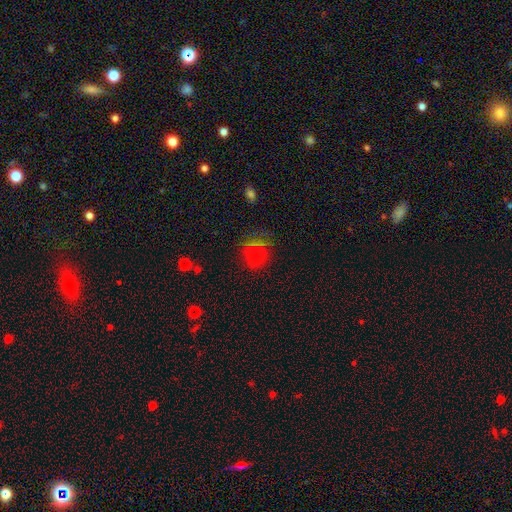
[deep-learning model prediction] Q: Smooth or featured?
A: smooth (61%); runner-up: star or artifact (28%)
Q: How rounded?
A: round (85%); runner-up: in between (14%)
Q: Merging?
A: none (76%); runner-up: minor disturbance (15%)